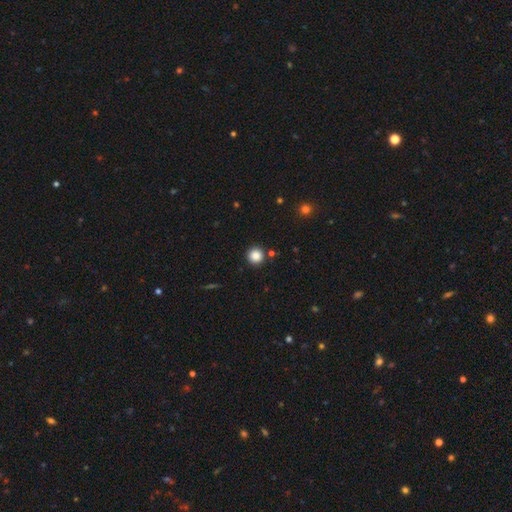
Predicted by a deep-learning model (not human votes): smooth_or_featured: smooth (p=0.86) [alt: star or artifact p=0.11]
how_rounded: round (p=0.96) [alt: in between p=0.03]
merging: none (p=0.90) [alt: minor disturbance p=0.05]